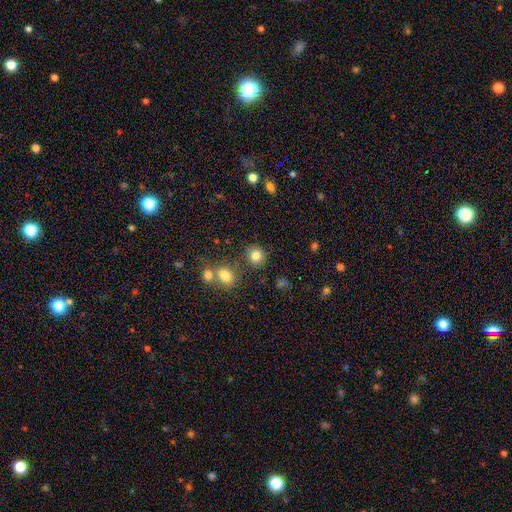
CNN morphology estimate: Q: Smooth or featured?
A: smooth (82%); runner-up: star or artifact (12%)
Q: How rounded?
A: round (88%); runner-up: in between (11%)
Q: Merging?
A: none (78%); runner-up: merger (10%)